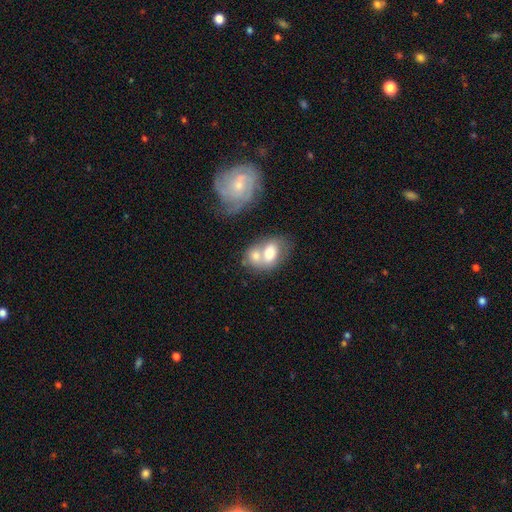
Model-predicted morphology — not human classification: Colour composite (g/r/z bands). It shows a smooth galaxy with no disk features (62%) that is in between round and cigar-shaped (67%). Merging: merger (68%).